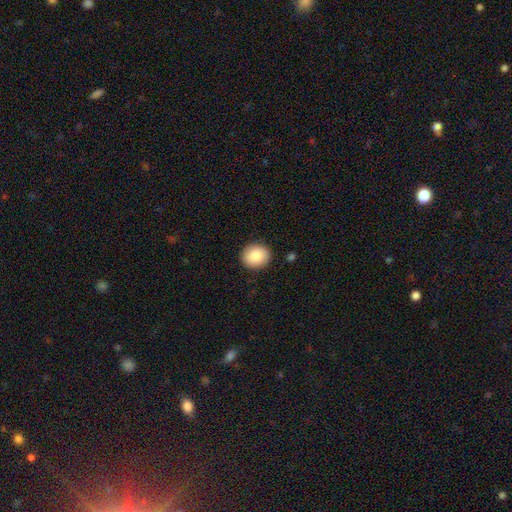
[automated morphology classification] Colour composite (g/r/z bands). It shows a smooth galaxy with no disk features (86%) that is round (74%). Merging: none (90%).